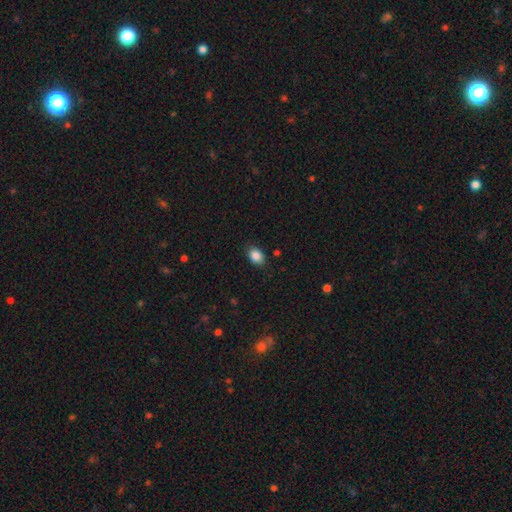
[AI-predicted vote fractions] Morphology: type=smooth (87%); roundness=in between (76%); merging=none (87%).